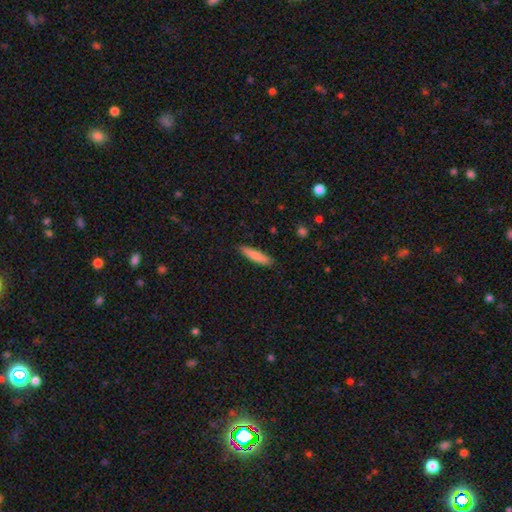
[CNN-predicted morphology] Overall: smooth (83%). How rounded: cigar-shaped (84%). Merging: none (87%).